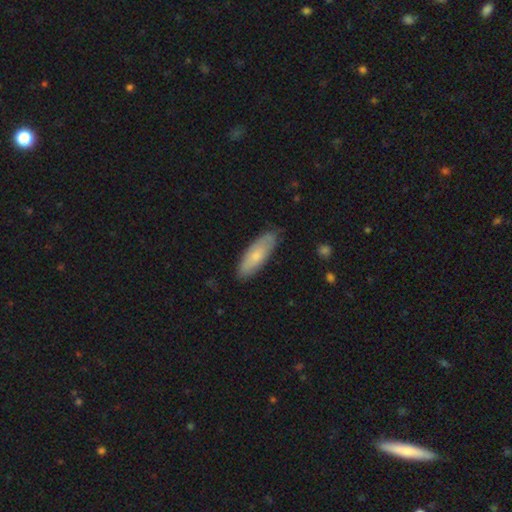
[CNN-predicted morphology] smooth-or-featured: smooth: 71% | featured or disk: 24% | star or artifact: 5%
  how-rounded: in between: 59% | cigar-shaped: 39% | round: 2%
  merging: none: 81% | minor disturbance: 16% | major disturbance: 2% | merger: 1%